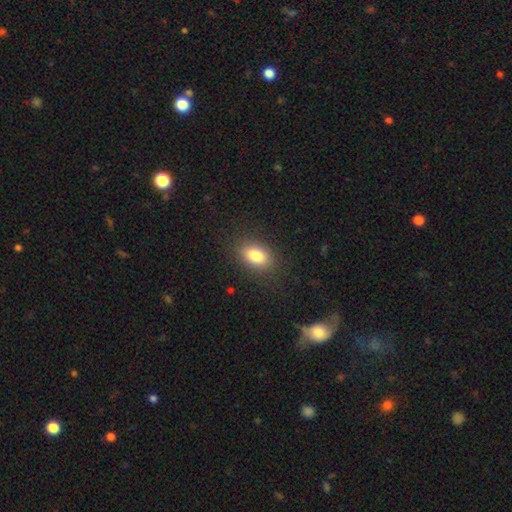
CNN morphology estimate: smooth_or_featured: smooth (p=0.82) [alt: star or artifact p=0.10]
how_rounded: in between (p=0.82) [alt: round p=0.16]
merging: none (p=0.86) [alt: minor disturbance p=0.09]